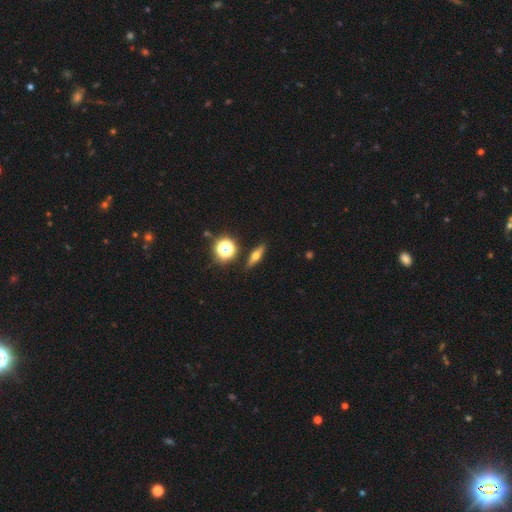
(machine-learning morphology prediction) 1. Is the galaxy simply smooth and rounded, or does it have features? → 44% smooth, 43% featured or disk, 12% star or artifact.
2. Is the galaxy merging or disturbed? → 88% none, 8% minor disturbance, 2% merger, 2% major disturbance.